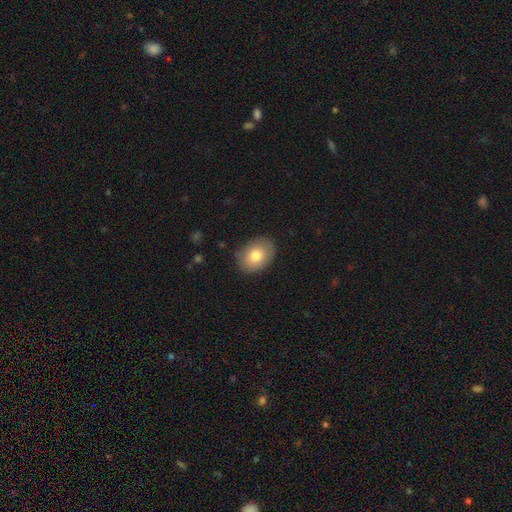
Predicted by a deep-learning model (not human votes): Overall: smooth (78%). How rounded: in between (70%). Merging: none (84%).